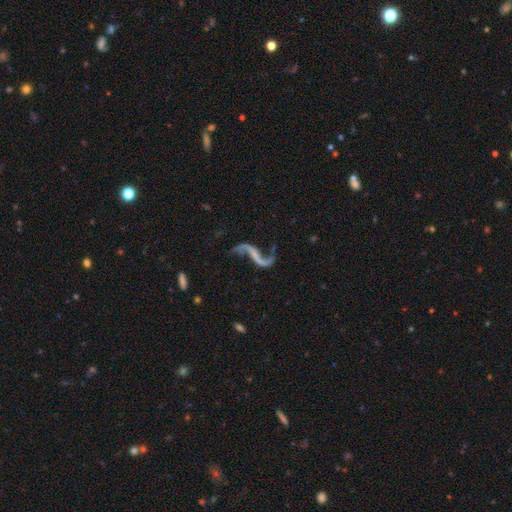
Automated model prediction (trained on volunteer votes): Morphology: type=featured or disk (89%); edge-on=no (95%); bar=no (41%); spiral arms=yes (94%); winding=loose (94%); arm count=2 (92%); bulge=none (57%); merging=none (66%).